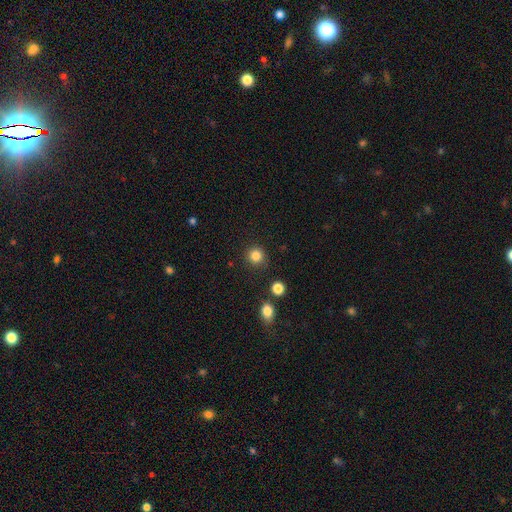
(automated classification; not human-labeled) smooth 84%, star or artifact 11%, featured or disk 4%. Down the decision tree: how rounded — round (92%); merging — none (88%).